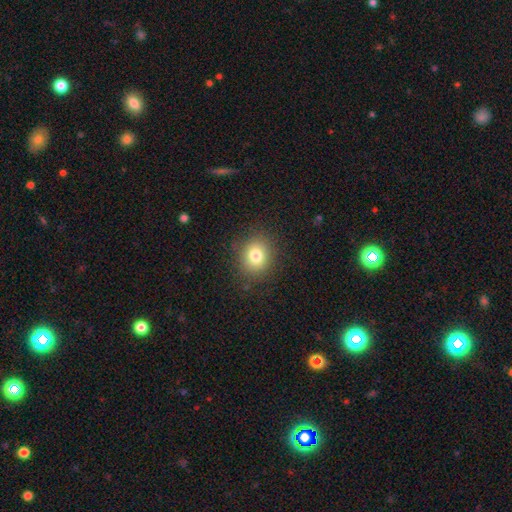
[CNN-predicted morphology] Smooth or featured: smooth — 79% (star or artifact — 12%)
How rounded: round — 69% (in between — 30%)
Merging: none — 87% (minor disturbance — 9%)